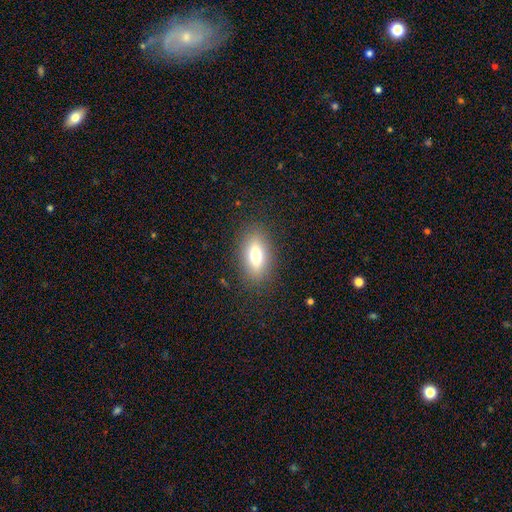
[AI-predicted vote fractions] A smooth galaxy with no disk features (70%) that is in between round and cigar-shaped (80%). Merging: none (85%).